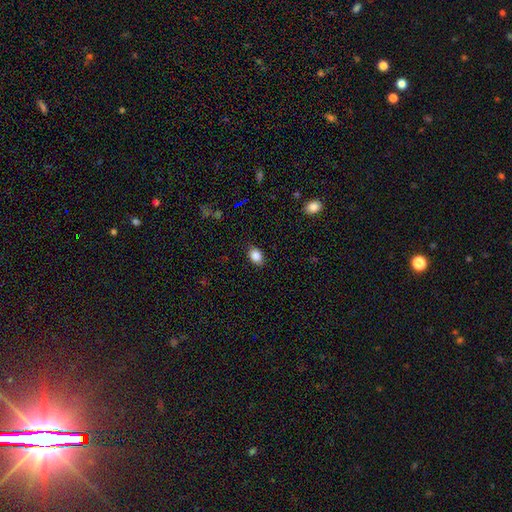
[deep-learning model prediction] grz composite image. It shows a smooth galaxy with no disk features (86%) that is in between round and cigar-shaped (79%). Merging: none (85%).